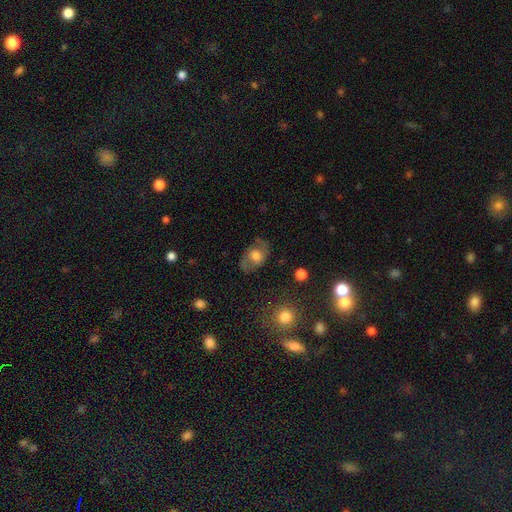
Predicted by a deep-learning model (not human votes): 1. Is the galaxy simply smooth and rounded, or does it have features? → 48% smooth, 43% featured or disk, 9% star or artifact.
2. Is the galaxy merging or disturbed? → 71% none, 18% minor disturbance, 9% major disturbance, 2% merger.